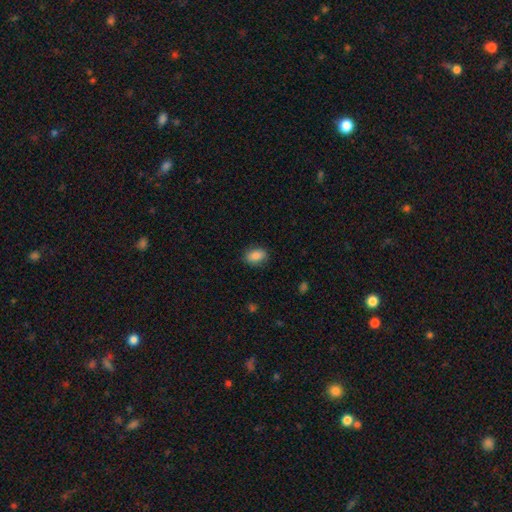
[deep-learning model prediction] Smooth or featured: smooth — 86% (star or artifact — 8%)
How rounded: in between — 80% (round — 18%)
Merging: none — 84% (minor disturbance — 12%)